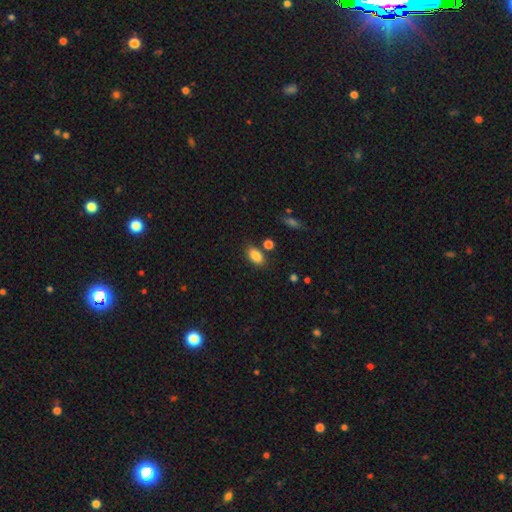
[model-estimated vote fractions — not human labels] This is clearly a smooth galaxy (86%). How rounded: clearly in between (89%). Merging: likely none (78%).